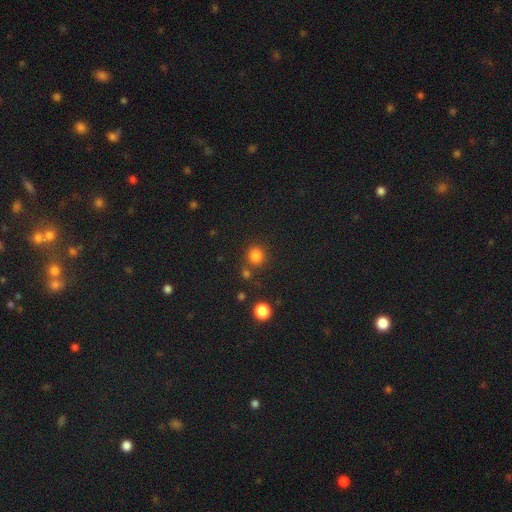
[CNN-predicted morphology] A smooth galaxy with no disk features (81%) that is round (90%).

Vote fractions:
- Smooth or featured? smooth: 81% / star or artifact: 14% / featured or disk: 5%
- How rounded? round: 90% / in between: 9% / cigar-shaped: 1%
- Merging? none: 78% / merger: 10% / minor disturbance: 9% / major disturbance: 3%